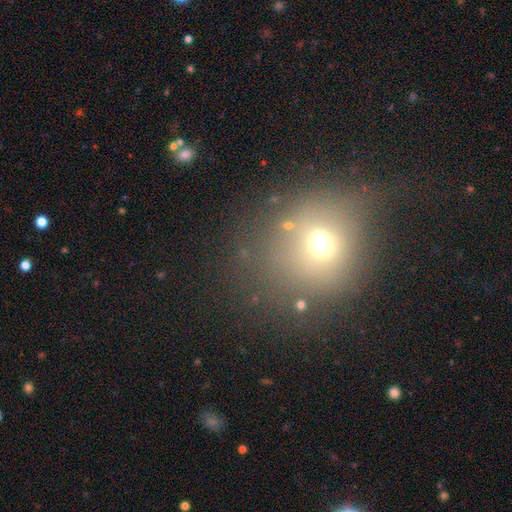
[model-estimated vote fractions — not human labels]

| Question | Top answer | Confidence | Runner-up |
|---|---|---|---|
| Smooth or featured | smooth | 57% | star or artifact (28%) |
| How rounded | round | 76% | in between (23%) |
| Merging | none | 61% | minor disturbance (19%) |